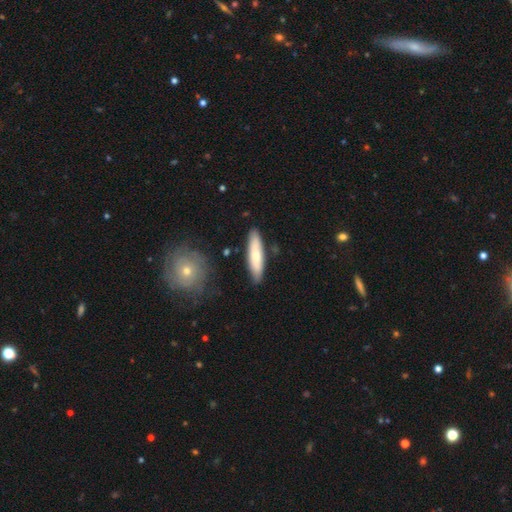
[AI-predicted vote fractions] The model was most divided on "smooth or featured": smooth: 67%, featured or disk: 28%, star or artifact: 5%. More confident: merging — none (84%); how rounded — cigar-shaped (69%).